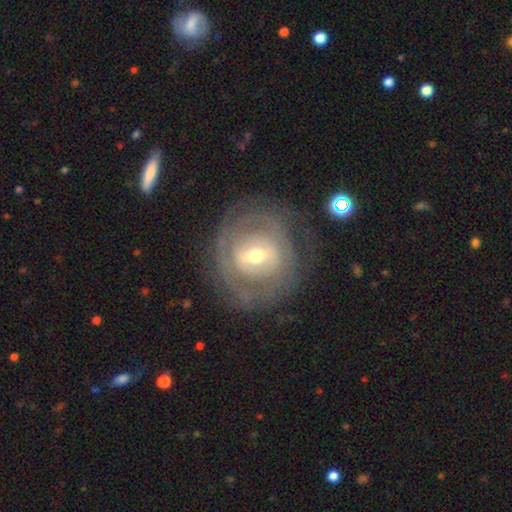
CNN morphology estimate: featured or disk 74%, smooth 19%, star or artifact 6%. Down the decision tree: edge-on disk — no (96%); bar — weak (47%); spiral arms — yes (63%); bulge size — moderate (56%); merging — none (73%).